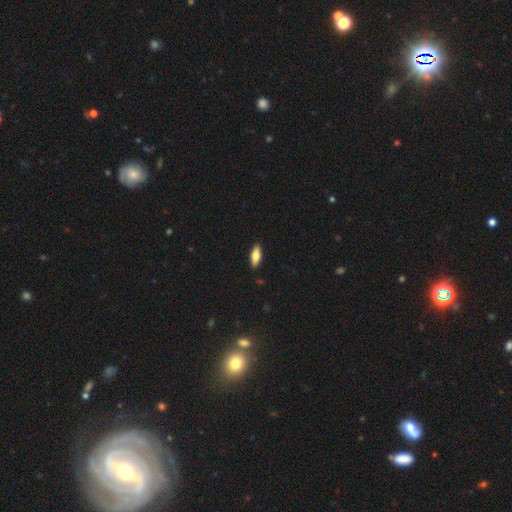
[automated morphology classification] Smooth or featured?
  - smooth: 70% *
  - featured or disk: 24%
  - star or artifact: 6%
How rounded?
  - in between: 74% *
  - cigar-shaped: 24%
  - round: 3%
Merging?
  - none: 90% *
  - minor disturbance: 8%
  - major disturbance: 2%
  - merger: 1%